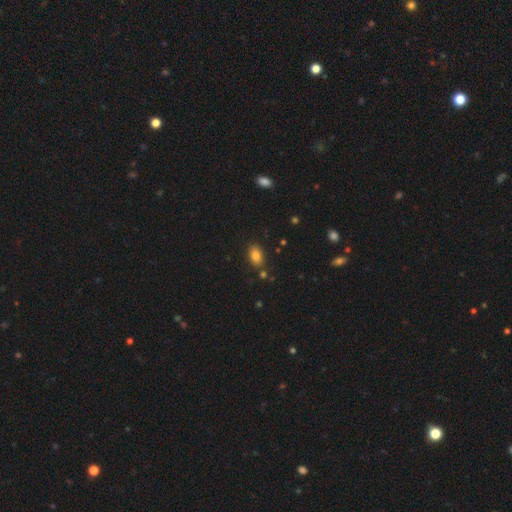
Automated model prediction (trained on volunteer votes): smooth_or_featured: smooth (p=0.82) [alt: star or artifact p=0.10]
how_rounded: in between (p=0.87) [alt: round p=0.11]
merging: none (p=0.82) [alt: minor disturbance p=0.11]